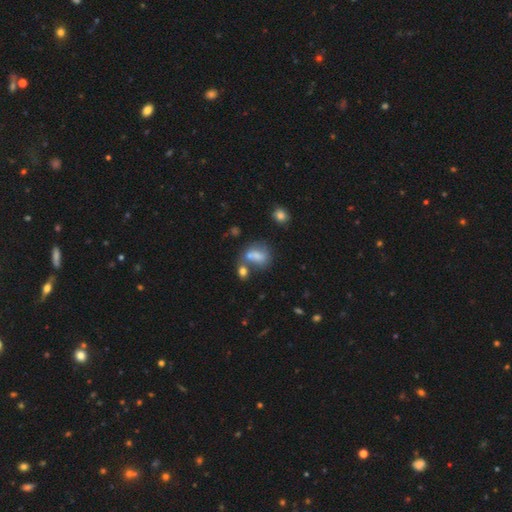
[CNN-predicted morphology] smooth 68%, featured or disk 19%, star or artifact 13%. Down the decision tree: how rounded — in between (62%); merging — merger (41%).